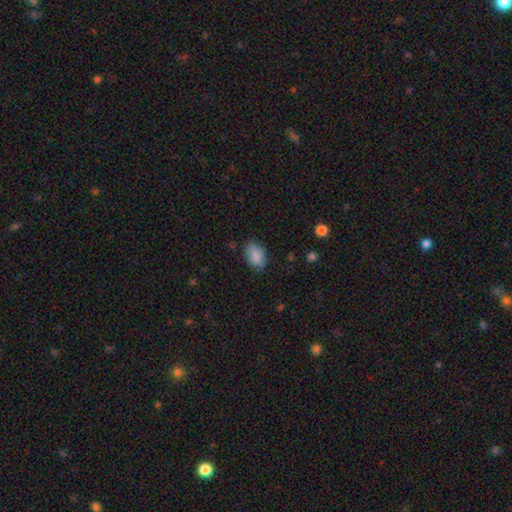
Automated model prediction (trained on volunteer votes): Q: Smooth or featured?
A: smooth (88%); runner-up: star or artifact (7%)
Q: How rounded?
A: in between (89%); runner-up: round (10%)
Q: Merging?
A: none (75%); runner-up: minor disturbance (20%)